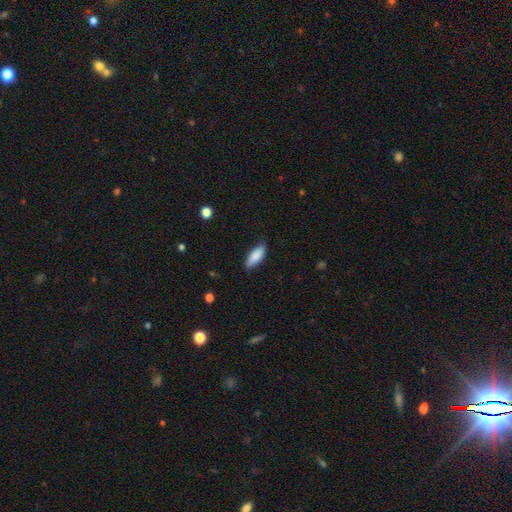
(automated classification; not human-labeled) A smooth galaxy with no disk features (83%) that is in between round and cigar-shaped (69%). Merging: none (80%).